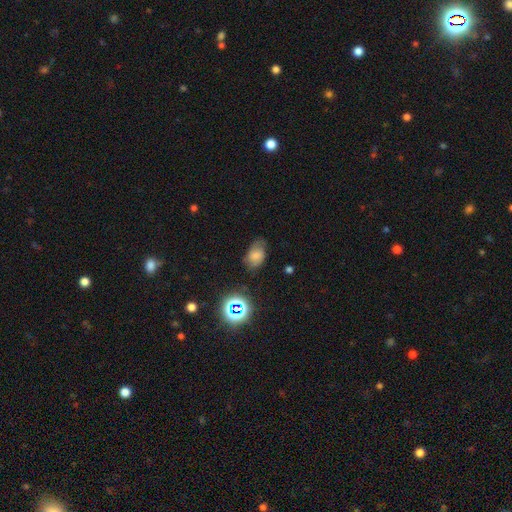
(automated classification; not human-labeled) smooth_or_featured: smooth (p=0.66) [alt: featured or disk p=0.17]
how_rounded: in between (p=0.85) [alt: round p=0.13]
merging: none (p=0.60) [alt: minor disturbance p=0.29]